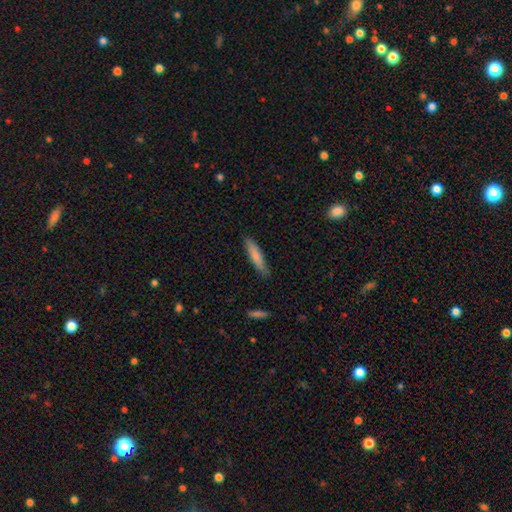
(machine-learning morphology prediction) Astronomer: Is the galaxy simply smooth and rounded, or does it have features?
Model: smooth — 76%.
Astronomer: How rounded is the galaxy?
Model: cigar-shaped — 83%.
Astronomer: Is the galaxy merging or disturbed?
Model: none — 85%.